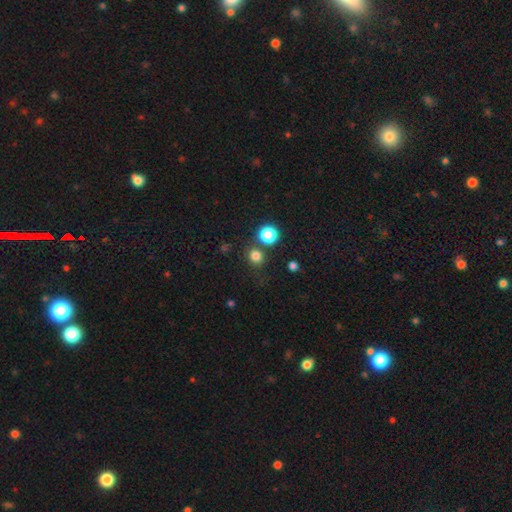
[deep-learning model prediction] A smooth galaxy with no disk features (79%) that is round (83%). Merging: none (74%).